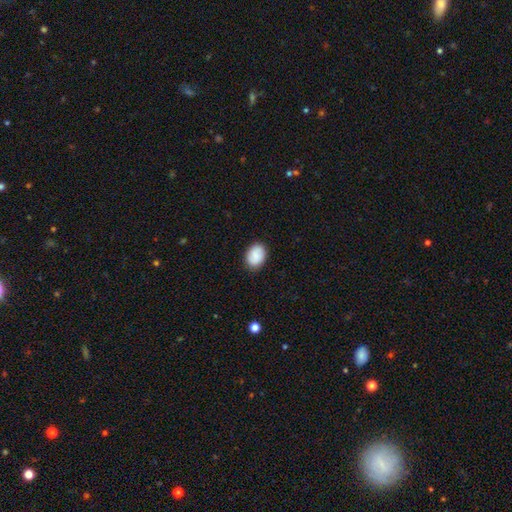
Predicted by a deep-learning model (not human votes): smooth 87%, star or artifact 7%, featured or disk 6%. Down the decision tree: how rounded — in between (70%); merging — none (85%).